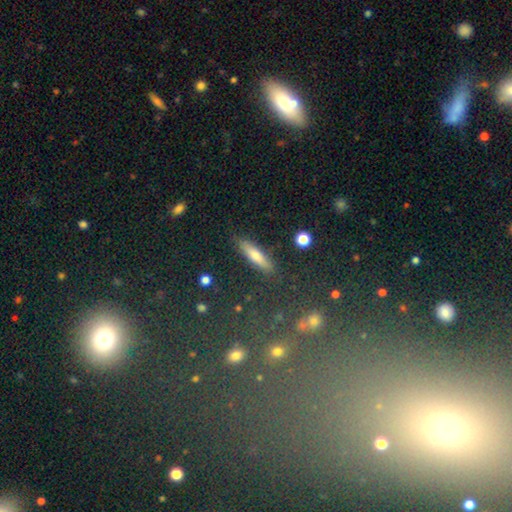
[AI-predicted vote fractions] A smooth galaxy with no disk features (71%) that is cigar-shaped (78%). Merging: none (86%).